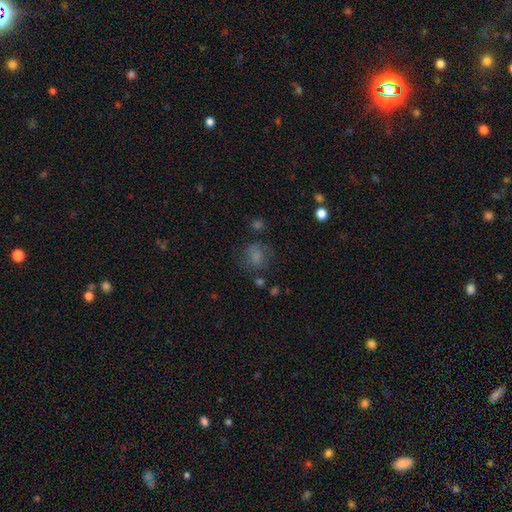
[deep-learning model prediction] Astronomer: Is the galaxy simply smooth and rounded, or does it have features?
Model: smooth — 64%.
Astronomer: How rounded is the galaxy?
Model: round — 58% (runner-up: in between, 40%).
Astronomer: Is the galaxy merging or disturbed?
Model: none — 58%.